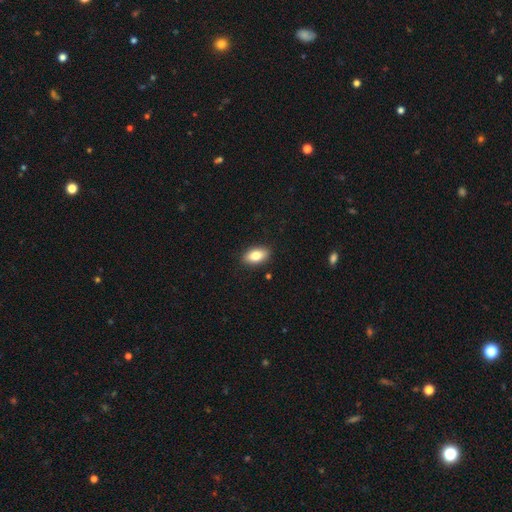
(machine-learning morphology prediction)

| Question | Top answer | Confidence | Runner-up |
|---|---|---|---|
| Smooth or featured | smooth | 81% | featured or disk (12%) |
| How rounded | in between | 91% | round (5%) |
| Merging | none | 89% | minor disturbance (8%) |